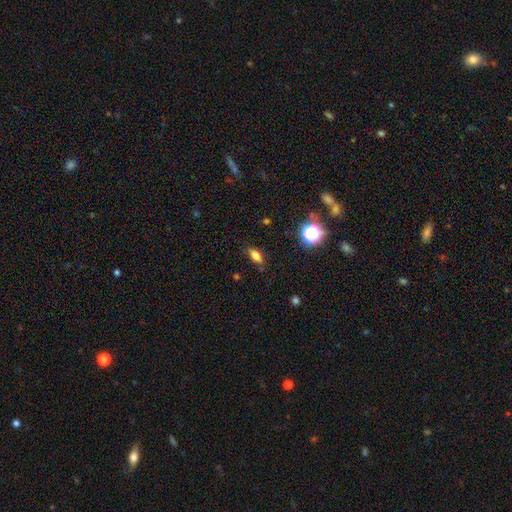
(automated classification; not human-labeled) This appears to be a smooth galaxy with no disk features (77%) that is in between round and cigar-shaped (80%). Merging: none (84%).